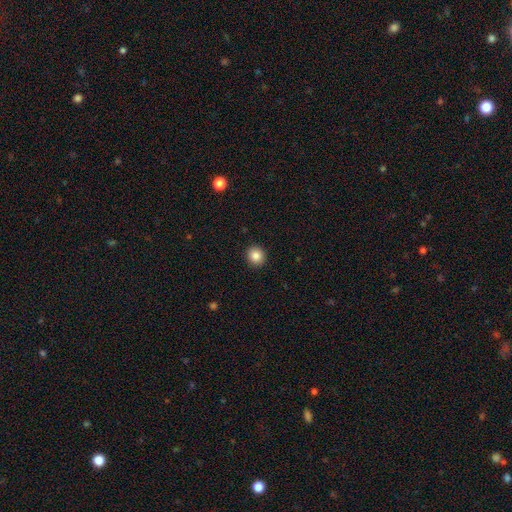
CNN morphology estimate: Overall: smooth (85%). How rounded: round (88%). Merging: none (93%).